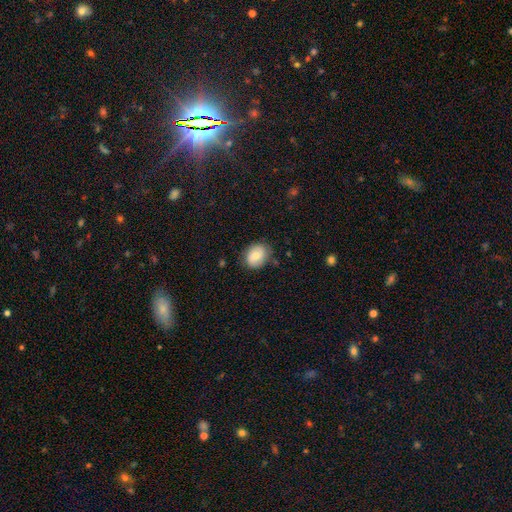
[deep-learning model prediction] The model was most divided on "how rounded": in between: 53%, round: 46%, cigar-shaped: 1%. More confident: merging — none (76%); smooth or featured — smooth (73%).